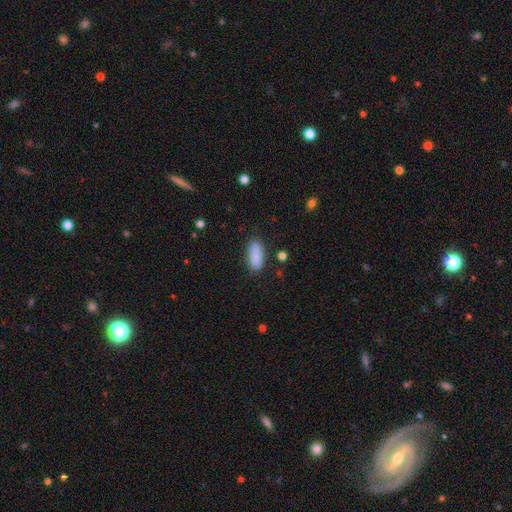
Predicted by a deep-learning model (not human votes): smooth 89%, star or artifact 7%, featured or disk 5%. Down the decision tree: how rounded — in between (79%); merging — none (85%).